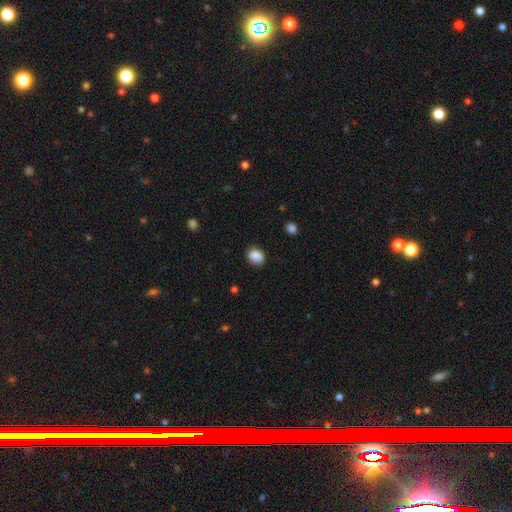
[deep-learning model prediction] Morphology: type=smooth (88%); roundness=round (51%); merging=none (82%).